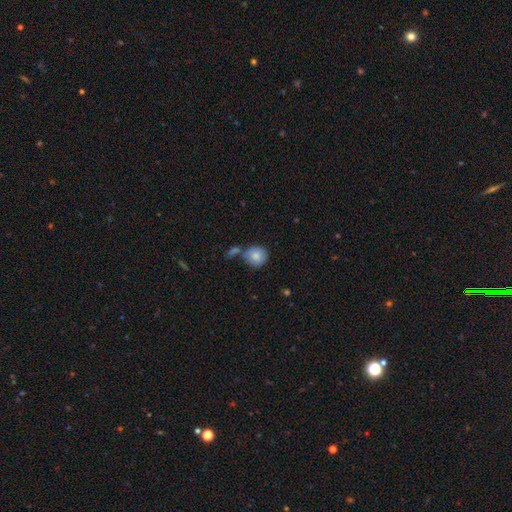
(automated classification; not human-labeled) Smooth or featured?
  - smooth: 83% *
  - featured or disk: 9%
  - star or artifact: 8%
How rounded?
  - round: 88% *
  - in between: 11%
  - cigar-shaped: 1%
Merging?
  - none: 61% *
  - merger: 20%
  - minor disturbance: 15%
  - major disturbance: 5%